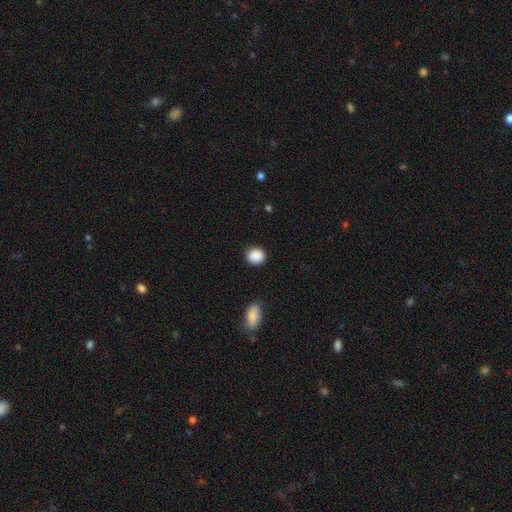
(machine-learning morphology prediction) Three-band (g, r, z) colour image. It shows a smooth galaxy with no disk features (89%) that is round (80%). Merging: none (88%).